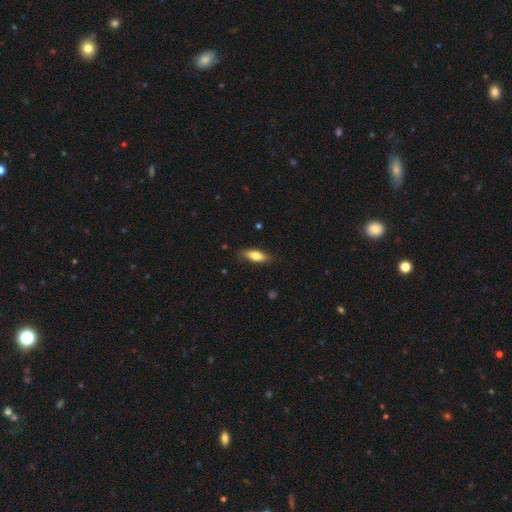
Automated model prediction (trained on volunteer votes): smooth-or-featured: smooth: 74% | featured or disk: 20% | star or artifact: 6%
  how-rounded: in between: 60% | cigar-shaped: 37% | round: 2%
  merging: none: 81% | minor disturbance: 15% | major disturbance: 3% | merger: 1%